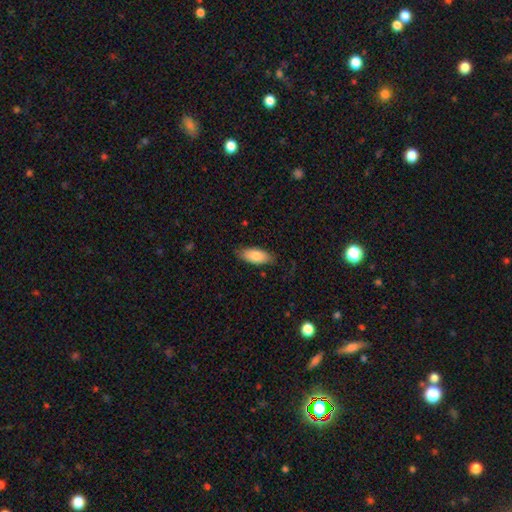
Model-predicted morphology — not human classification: Smooth or featured: smooth — 81% (featured or disk — 13%)
How rounded: in between — 86% (cigar-shaped — 12%)
Merging: none — 81% (minor disturbance — 15%)